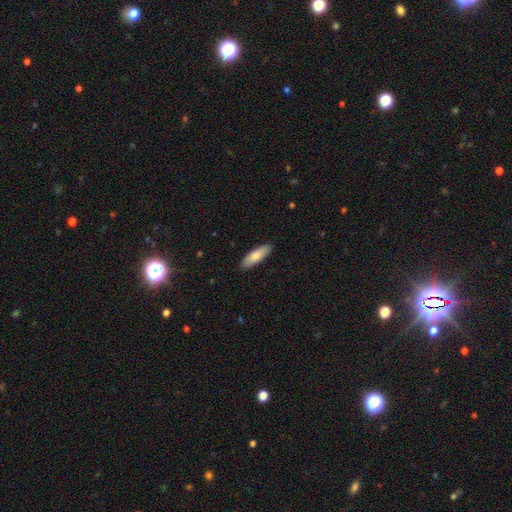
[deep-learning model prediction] A smooth galaxy with no disk features (80%) that is in between round and cigar-shaped (51%).

Vote fractions:
- Smooth or featured? smooth: 80% / featured or disk: 15% / star or artifact: 5%
- How rounded? in between: 51% / cigar-shaped: 48% / round: 2%
- Merging? none: 90% / minor disturbance: 8% / major disturbance: 2% / merger: 1%